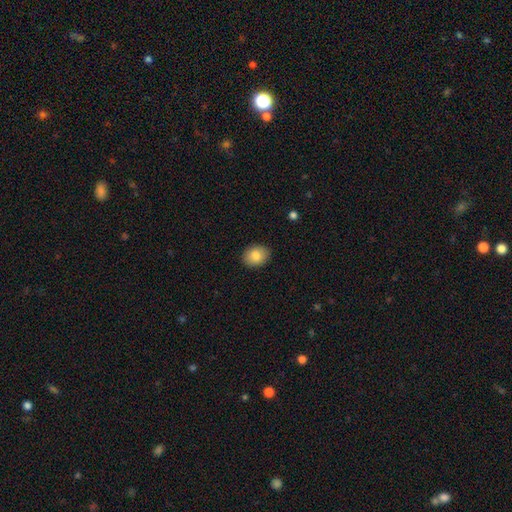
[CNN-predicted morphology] Overall: smooth (84%). How rounded: in between (55%; round 44%). Merging: none (89%).